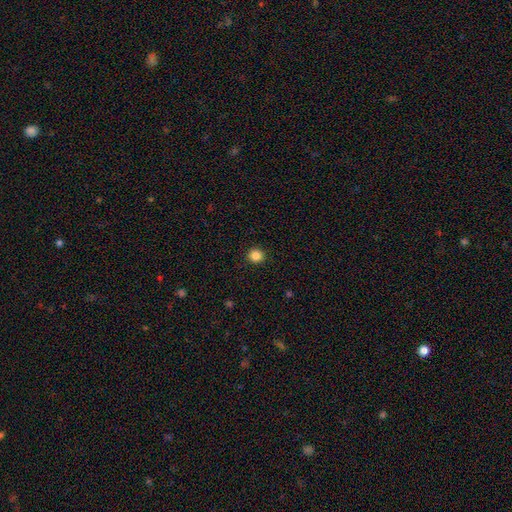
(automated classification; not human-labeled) Morphology: type=smooth (85%); roundness=round (91%); merging=none (92%).